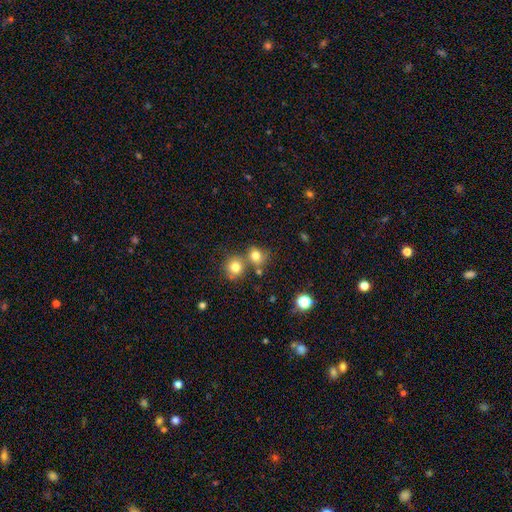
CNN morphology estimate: A smooth galaxy with no disk features (77%) that is round (78%). Merging: none (56%).